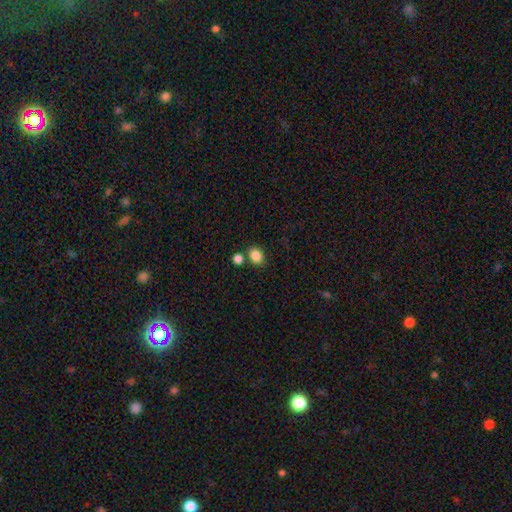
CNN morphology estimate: smooth_or_featured: smooth (p=0.86) [alt: star or artifact p=0.10]
how_rounded: in between (p=0.55) [alt: round p=0.44]
merging: none (p=0.72) [alt: merger p=0.15]